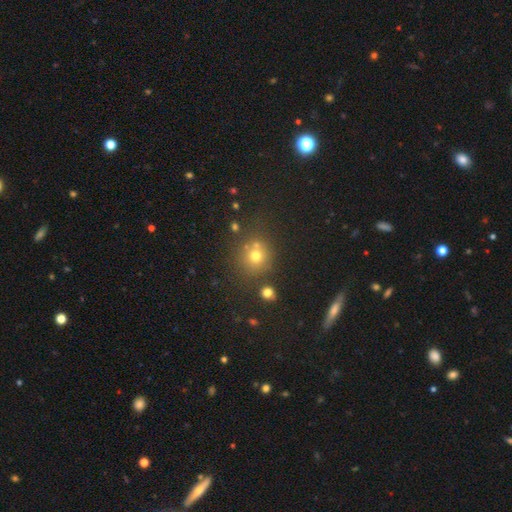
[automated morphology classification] This is likely a smooth galaxy (68%). How rounded: clearly round (89%). Merging: likely none (67%).